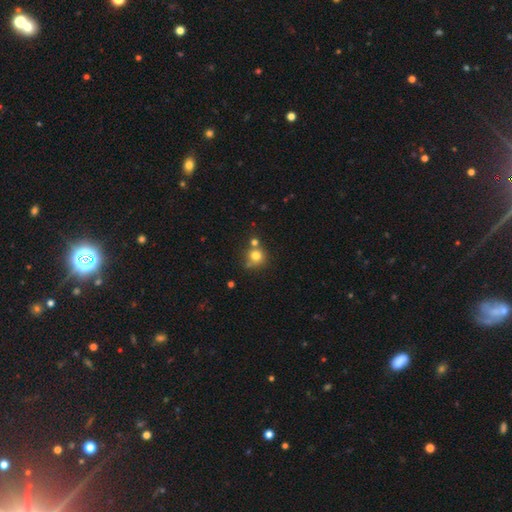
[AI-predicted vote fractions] This is likely a smooth galaxy (77%). How rounded: clearly round (87%). Merging: possibly none (54%).